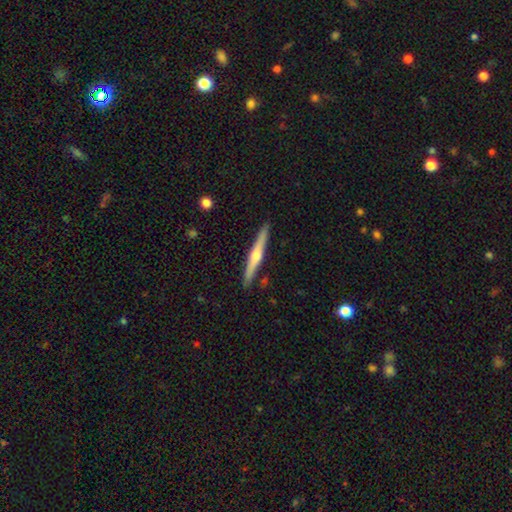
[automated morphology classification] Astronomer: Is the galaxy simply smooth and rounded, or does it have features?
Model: featured or disk — 68%.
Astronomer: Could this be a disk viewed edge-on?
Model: yes — 98%.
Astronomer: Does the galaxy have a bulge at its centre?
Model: rounded — 90%.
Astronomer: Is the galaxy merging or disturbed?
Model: none — 90%.